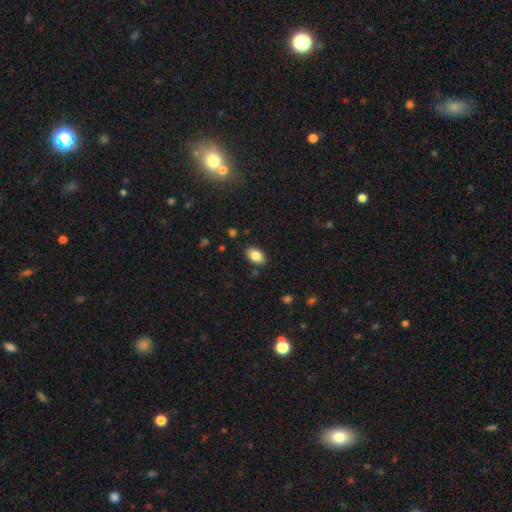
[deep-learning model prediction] A smooth galaxy with no disk features (85%) that is in between round and cigar-shaped (92%). Merging: none (86%).